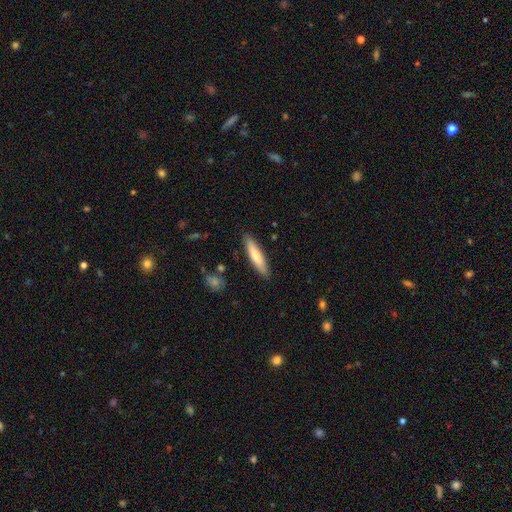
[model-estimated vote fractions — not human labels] Q: Smooth or featured?
A: smooth (73%); runner-up: featured or disk (22%)
Q: How rounded?
A: cigar-shaped (82%); runner-up: in between (17%)
Q: Merging?
A: none (89%); runner-up: minor disturbance (8%)